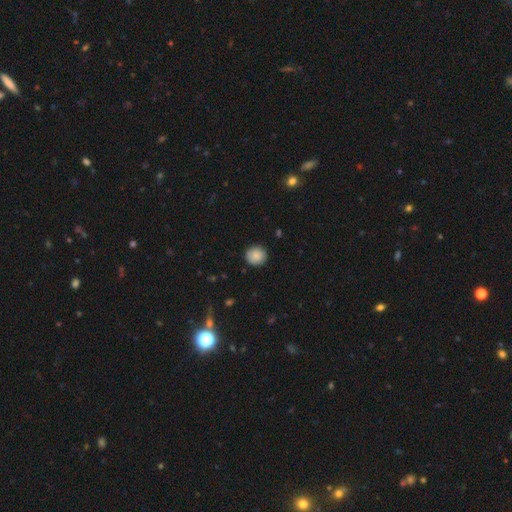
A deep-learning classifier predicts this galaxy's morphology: smooth_or_featured: smooth (p=0.85) [alt: star or artifact p=0.08]
how_rounded: round (p=0.90) [alt: in between p=0.09]
merging: none (p=0.88) [alt: minor disturbance p=0.09]